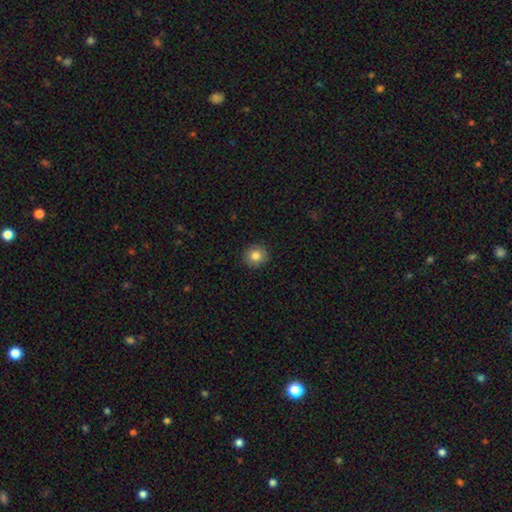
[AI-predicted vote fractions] smooth-or-featured: smooth: 83% | star or artifact: 10% | featured or disk: 7%
  how-rounded: round: 87% | in between: 12% | cigar-shaped: 1%
  merging: none: 90% | minor disturbance: 7% | major disturbance: 2% | merger: 1%